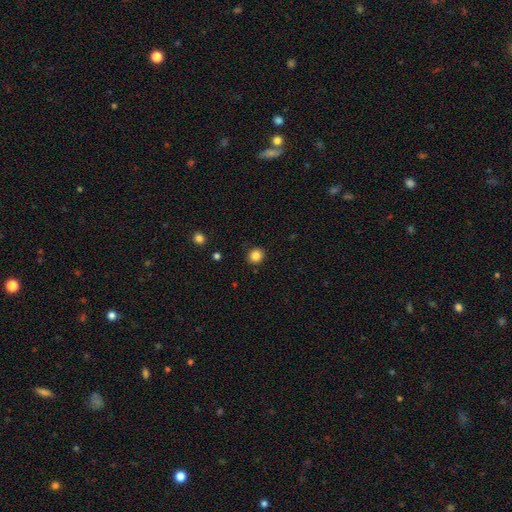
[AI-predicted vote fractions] A smooth galaxy with no disk features (85%) that is round (87%). Merging: none (90%).